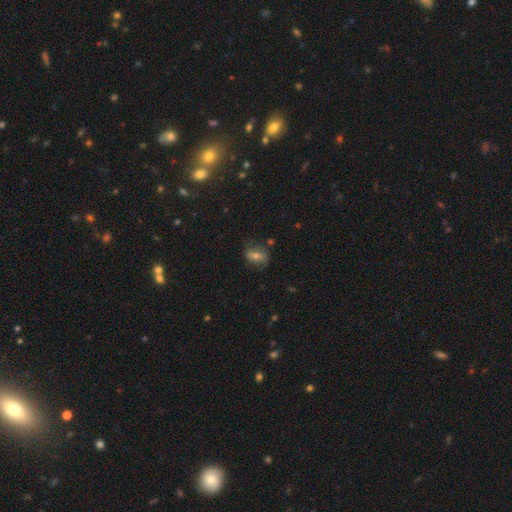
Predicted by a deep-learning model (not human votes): Overall: smooth (56%; featured or disk 30%). How rounded: in between (69%). Merging: none (69%).